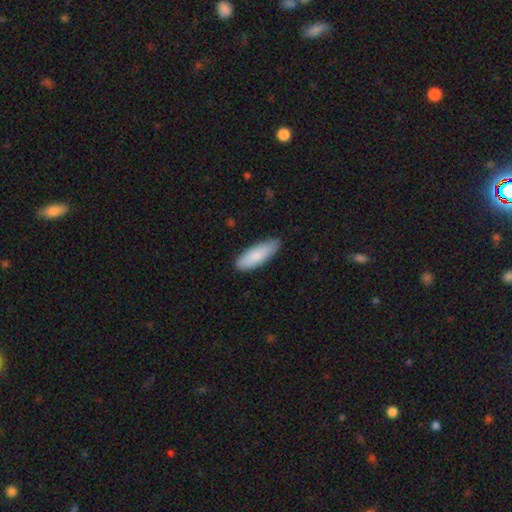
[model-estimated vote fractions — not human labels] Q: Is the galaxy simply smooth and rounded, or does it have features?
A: smooth — 85%.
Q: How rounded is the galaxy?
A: in between — 61%.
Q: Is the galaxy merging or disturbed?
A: none — 85%.